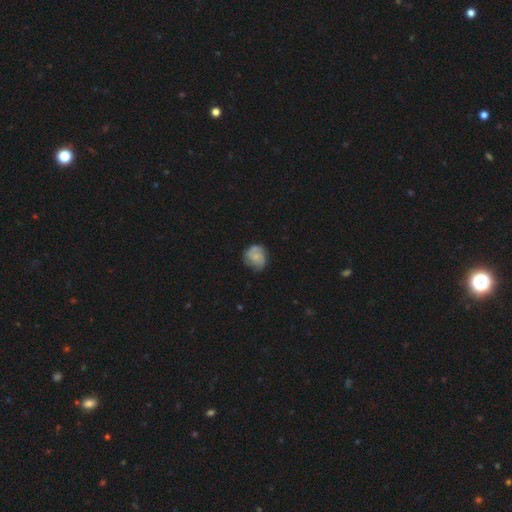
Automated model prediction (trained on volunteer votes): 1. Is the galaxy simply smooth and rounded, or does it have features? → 51% featured or disk, 41% smooth, 7% star or artifact.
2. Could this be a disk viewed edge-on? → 98% no, 2% yes.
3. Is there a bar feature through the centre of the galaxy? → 76% no, 21% weak, 3% strong.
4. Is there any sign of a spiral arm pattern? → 81% yes, 19% no.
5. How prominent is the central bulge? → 59% small, 24% moderate, 15% none, 2% large, 1% dominant.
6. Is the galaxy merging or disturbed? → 67% none, 24% minor disturbance, 7% major disturbance, 2% merger.